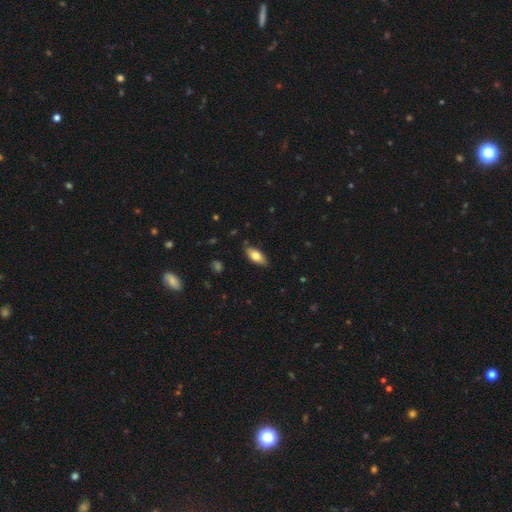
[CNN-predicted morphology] smooth_or_featured: smooth (p=0.74) [alt: featured or disk p=0.19]
how_rounded: in between (p=0.82) [alt: cigar-shaped p=0.15]
merging: none (p=0.85) [alt: minor disturbance p=0.12]